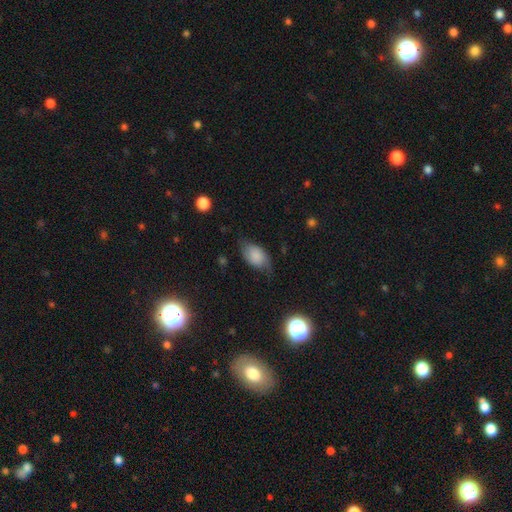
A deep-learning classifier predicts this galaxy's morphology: Smooth or featured?
  - smooth: 70% *
  - featured or disk: 21%
  - star or artifact: 9%
How rounded?
  - in between: 89% *
  - round: 9%
  - cigar-shaped: 2%
Merging?
  - none: 57% *
  - minor disturbance: 31%
  - major disturbance: 11%
  - merger: 2%